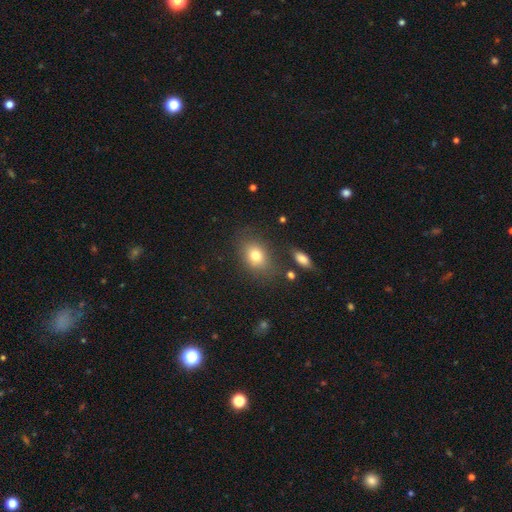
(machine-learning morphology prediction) This appears to be a smooth galaxy with no disk features (79%) that is in between round and cigar-shaped (64%). Merging: none (75%).